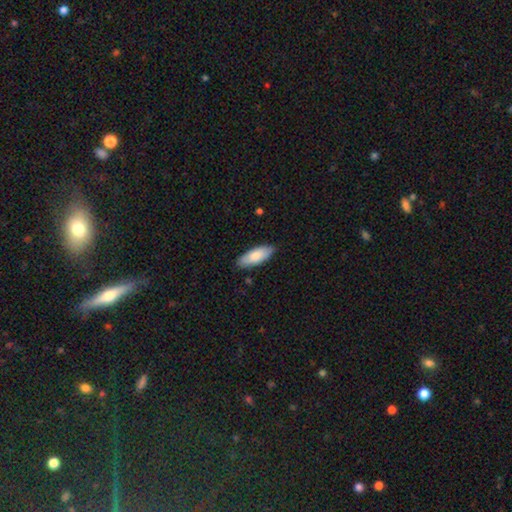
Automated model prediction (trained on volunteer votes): This appears to be a smooth galaxy with no disk features (80%) that is in between round and cigar-shaped (78%). Merging: none (86%).